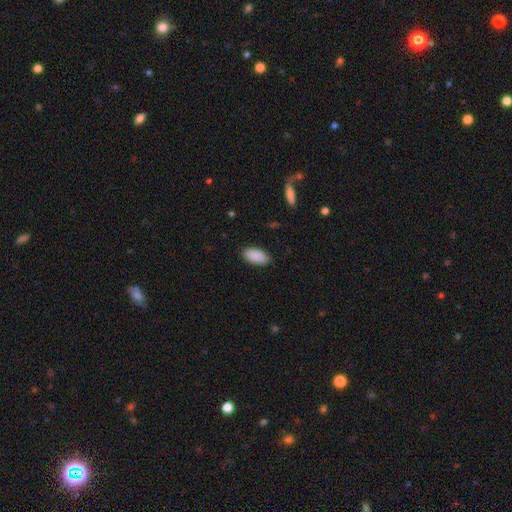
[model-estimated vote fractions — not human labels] Smooth or featured? Predicted: smooth (p=0.90). How rounded? Predicted: in between (p=0.93). Merging? Predicted: none (p=0.87).